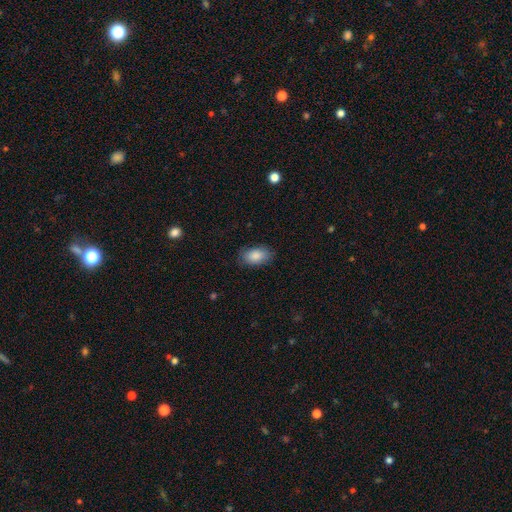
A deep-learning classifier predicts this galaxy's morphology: type=smooth (87%); roundness=in between (92%); merging=none (82%).